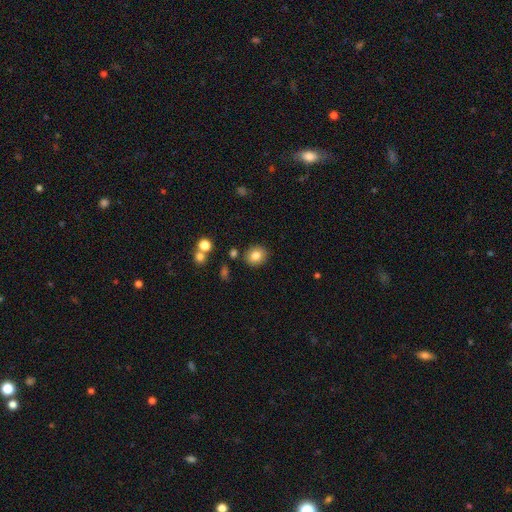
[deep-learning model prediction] smooth 82%, star or artifact 10%, featured or disk 8%. Down the decision tree: how rounded — round (71%); merging — none (86%).